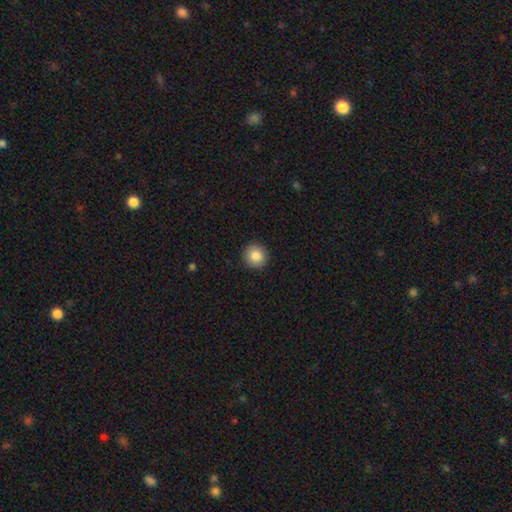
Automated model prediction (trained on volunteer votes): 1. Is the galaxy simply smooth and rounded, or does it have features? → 85% smooth, 9% star or artifact, 6% featured or disk.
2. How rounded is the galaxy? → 93% round, 6% in between, 1% cigar-shaped.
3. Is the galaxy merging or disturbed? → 92% none, 5% minor disturbance, 2% major disturbance, 1% merger.